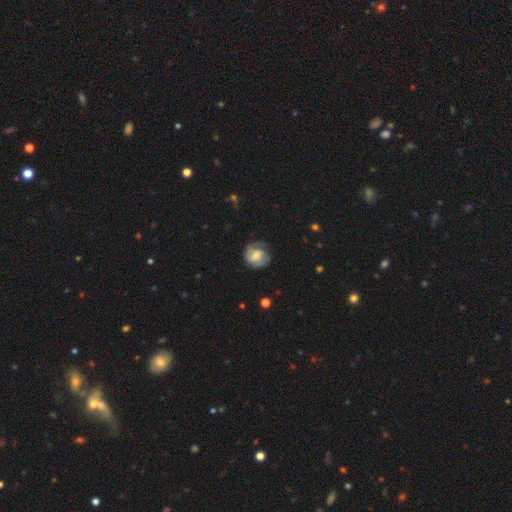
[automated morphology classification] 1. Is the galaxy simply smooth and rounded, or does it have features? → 49% smooth, 43% featured or disk, 8% star or artifact.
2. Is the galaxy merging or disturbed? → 62% none, 24% minor disturbance, 12% major disturbance, 1% merger.